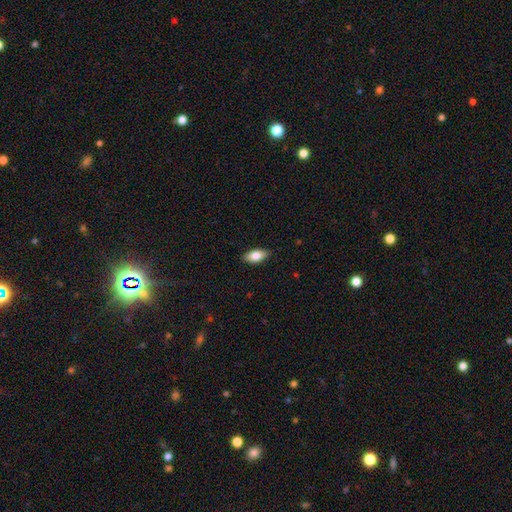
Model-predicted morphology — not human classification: A smooth galaxy with no disk features (80%) that is in between round and cigar-shaped (89%).

Vote fractions:
- Smooth or featured? smooth: 80% / featured or disk: 14% / star or artifact: 6%
- How rounded? in between: 89% / cigar-shaped: 8% / round: 3%
- Merging? none: 88% / minor disturbance: 9% / major disturbance: 2% / merger: 1%